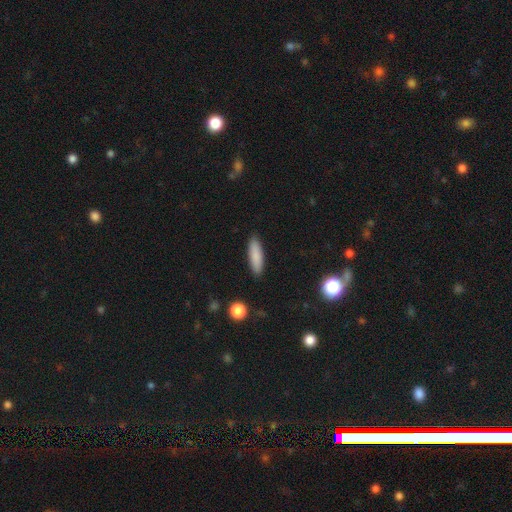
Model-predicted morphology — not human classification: Q: Smooth or featured?
A: smooth (86%); runner-up: featured or disk (8%)
Q: How rounded?
A: cigar-shaped (56%); runner-up: in between (42%)
Q: Merging?
A: none (89%); runner-up: minor disturbance (8%)